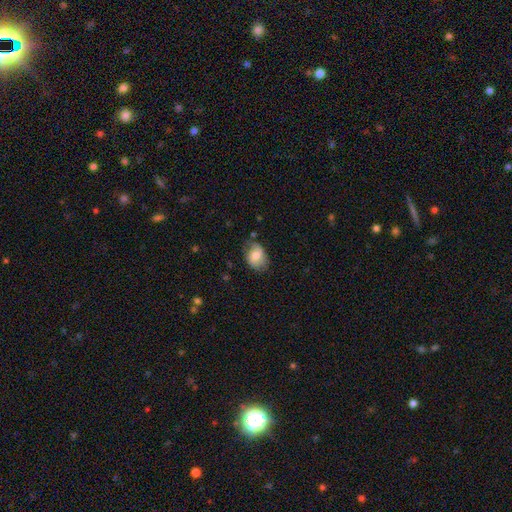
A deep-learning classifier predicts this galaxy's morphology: Smooth or featured? smooth (75%)
How rounded? in between (73%)
Merging? none (63%)